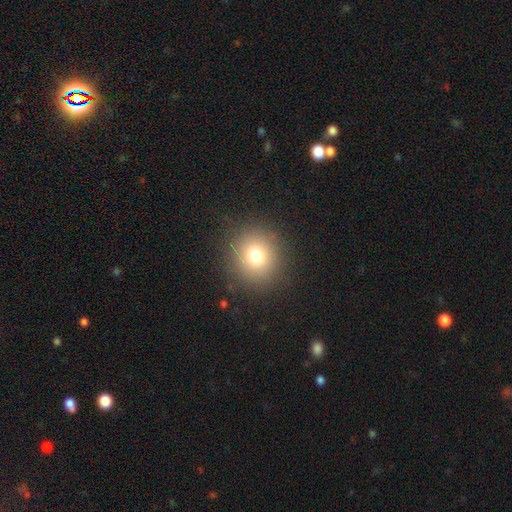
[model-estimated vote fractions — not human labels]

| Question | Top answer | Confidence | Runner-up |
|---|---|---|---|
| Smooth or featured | smooth | 76% | star or artifact (14%) |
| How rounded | round | 88% | in between (11%) |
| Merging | none | 88% | minor disturbance (7%) |